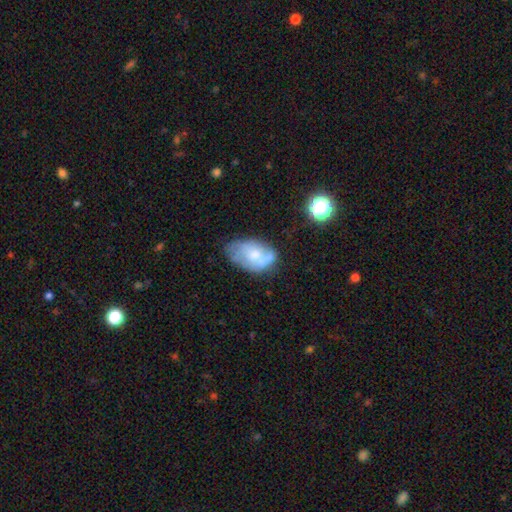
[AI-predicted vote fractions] smooth-or-featured: featured or disk: 51% | smooth: 40% | star or artifact: 8%
  disk-edge-on: no: 96% | yes: 4%
  merging: none: 43% | minor disturbance: 29% | major disturbance: 16% | merger: 11%